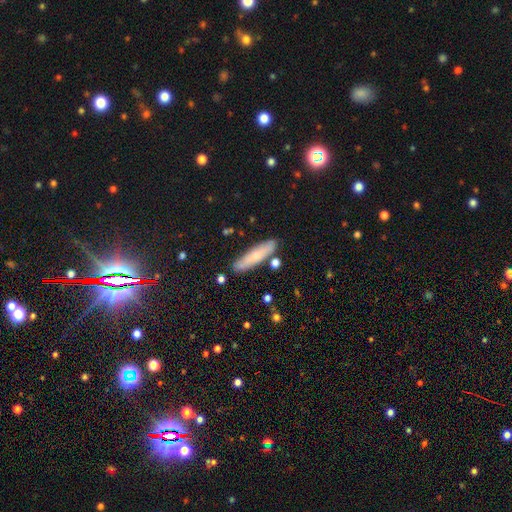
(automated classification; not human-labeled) The model was most divided on "smooth or featured": smooth: 68%, featured or disk: 24%, star or artifact: 7%. More confident: merging — none (83%); how rounded — cigar-shaped (78%).